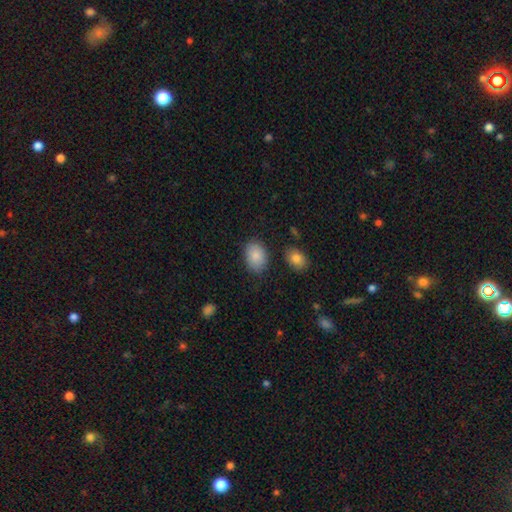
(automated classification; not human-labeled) Smooth or featured? Predicted: smooth (p=0.87). How rounded? Predicted: in between (p=0.79). Merging? Predicted: none (p=0.79).